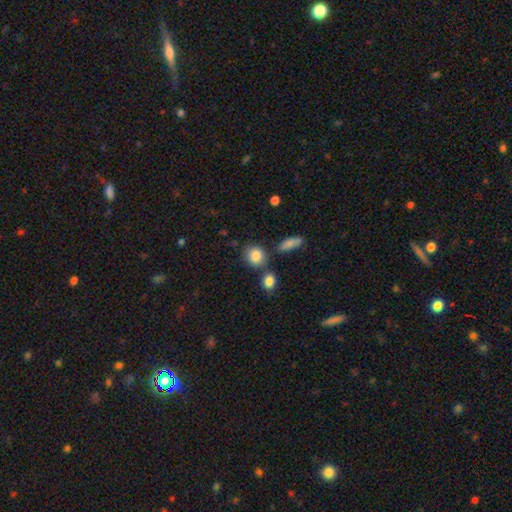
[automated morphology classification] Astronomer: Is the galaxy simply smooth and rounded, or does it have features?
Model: smooth — 85%.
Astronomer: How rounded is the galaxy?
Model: round — 69%.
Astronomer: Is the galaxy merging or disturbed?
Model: none — 67%.